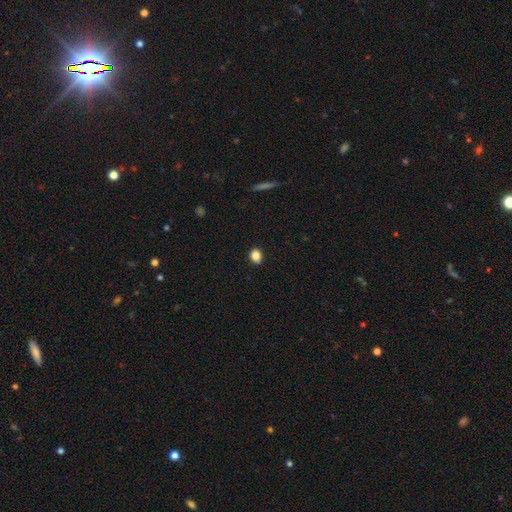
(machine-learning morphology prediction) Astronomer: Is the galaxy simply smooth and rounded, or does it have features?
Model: smooth — 85%.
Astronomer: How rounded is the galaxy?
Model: round — 56% (runner-up: in between, 43%).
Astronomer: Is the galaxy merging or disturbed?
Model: none — 88%.